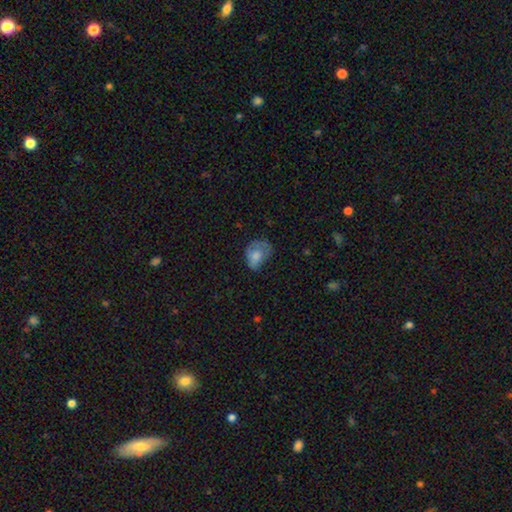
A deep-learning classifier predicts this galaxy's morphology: Smooth or featured? smooth (67%)
How rounded? in between (69%)
Merging? major disturbance (35%)